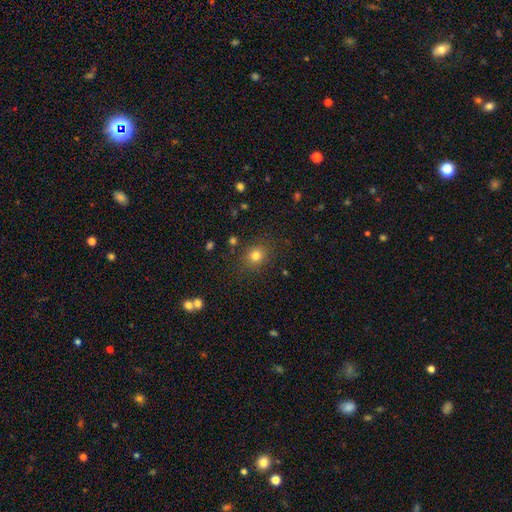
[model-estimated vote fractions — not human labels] Smooth or featured? smooth (79%)
How rounded? round (74%)
Merging? none (84%)